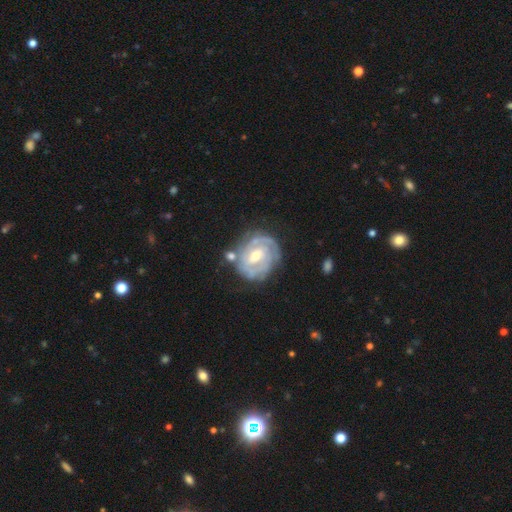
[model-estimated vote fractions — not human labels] featured or disk 85%, smooth 10%, star or artifact 5%. Down the decision tree: edge-on disk — no (97%); bar — weak (49%); spiral arms — yes (92%); spiral arm count — 2 (36%); spiral winding — tight (73%); bulge size — moderate (57%); merging — none (67%).